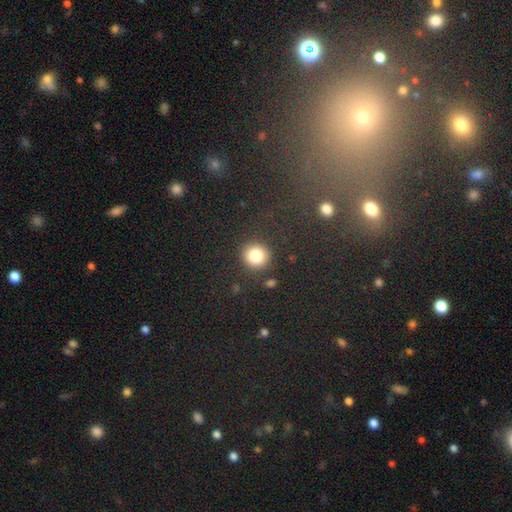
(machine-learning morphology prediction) smooth 82%, star or artifact 12%, featured or disk 6%. Down the decision tree: how rounded — round (90%); merging — none (86%).